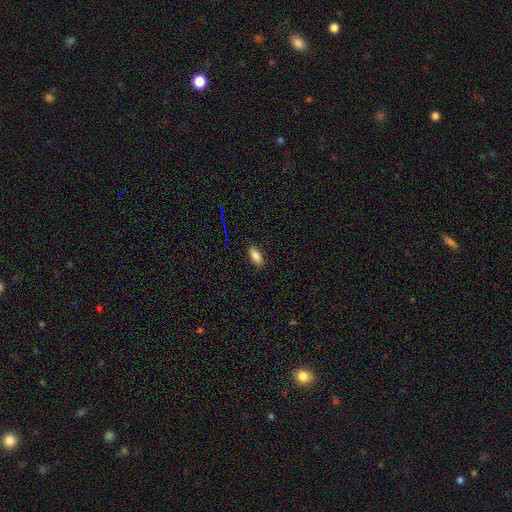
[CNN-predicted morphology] Smooth or featured?
  - smooth: 84% *
  - star or artifact: 9%
  - featured or disk: 7%
How rounded?
  - in between: 87% *
  - cigar-shaped: 11%
  - round: 2%
Merging?
  - none: 87% *
  - minor disturbance: 9%
  - major disturbance: 2%
  - merger: 1%